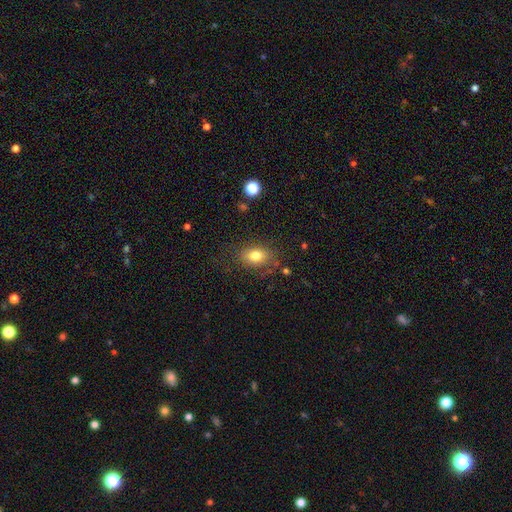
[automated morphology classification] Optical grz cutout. It shows a smooth galaxy with no disk features (78%) that is in between round and cigar-shaped (78%). Merging: none (78%).